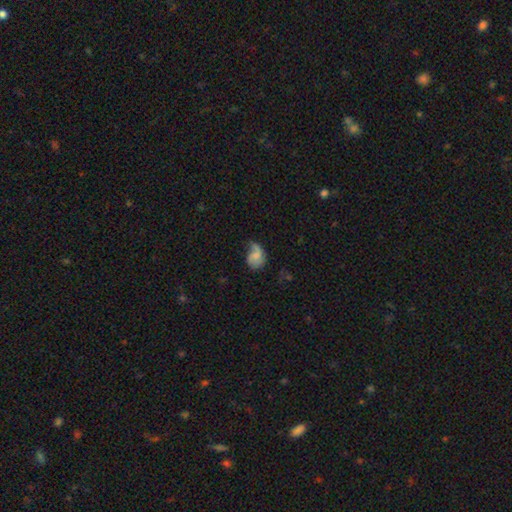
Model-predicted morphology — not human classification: This appears to be a smooth galaxy with no disk features (49%). Merging: major disturbance (33%, tied with minor disturbance).